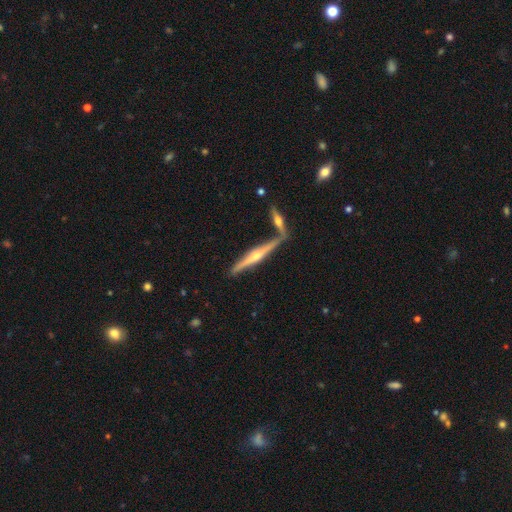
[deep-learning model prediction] A featured or disk galaxy (78%) viewed edge-on (97%) with a rounded central bulge (88%). Merging: none (69%).